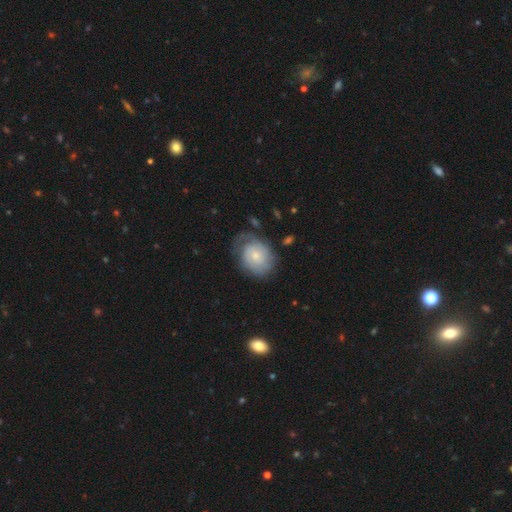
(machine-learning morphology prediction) Overall: featured or disk (54%; smooth 39%). Edge-on disk: no (97%). Bar: no (76%). Spiral arms: yes (79%). Bulge size: small (65%; moderate 28%). Merging: none (53%; minor disturbance 27%).